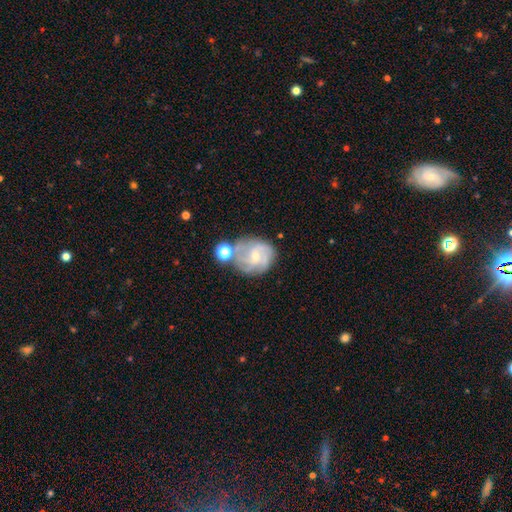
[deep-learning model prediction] Q: Smooth or featured?
A: featured or disk (78%); runner-up: smooth (14%)
Q: Edge-on disk?
A: no (98%); runner-up: yes (2%)
Q: Bar?
A: no (62%); runner-up: weak (33%)
Q: Spiral arms?
A: yes (95%); runner-up: no (5%)
Q: Spiral winding?
A: tight (44%); runner-up: medium (43%)
Q: Spiral arm count?
A: 3 (36%); runner-up: 4 (28%)
Q: Bulge size?
A: small (71%); runner-up: moderate (24%)
Q: Merging?
A: none (61%); runner-up: minor disturbance (18%)